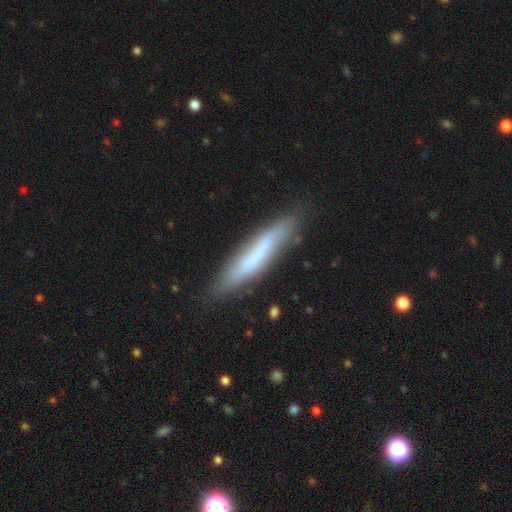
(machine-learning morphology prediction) Q: Smooth or featured?
A: smooth (54%); runner-up: featured or disk (39%)
Q: How rounded?
A: cigar-shaped (88%); runner-up: in between (11%)
Q: Merging?
A: none (78%); runner-up: minor disturbance (16%)